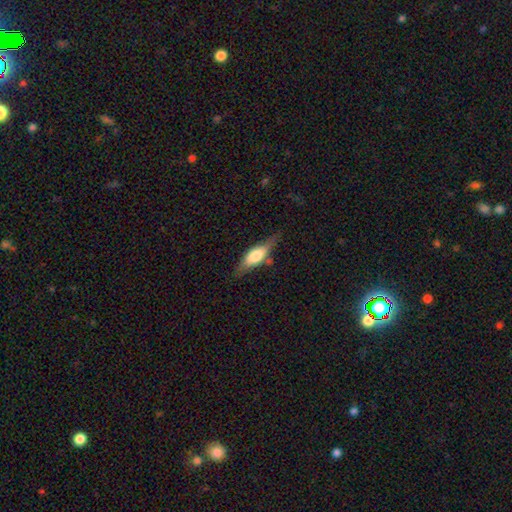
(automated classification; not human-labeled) A smooth galaxy with no disk features (54%) that is in between round and cigar-shaped (54%).

Vote fractions:
- Smooth or featured? smooth: 54% / featured or disk: 40% / star or artifact: 6%
- How rounded? in between: 54% / cigar-shaped: 43% / round: 3%
- Merging? none: 70% / minor disturbance: 21% / major disturbance: 6% / merger: 4%